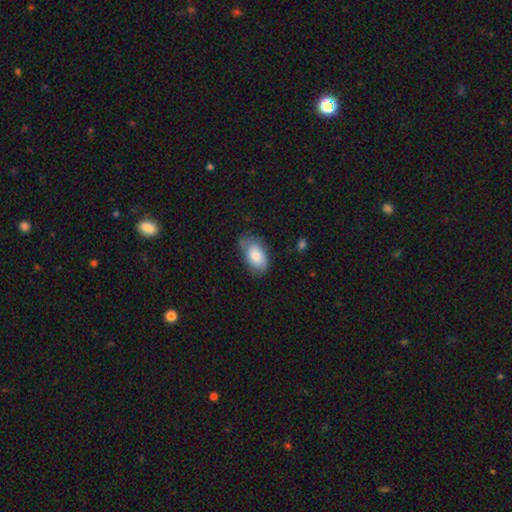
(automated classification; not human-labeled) Smooth or featured? Predicted: smooth (p=0.77). How rounded? Predicted: in between (p=0.93). Merging? Predicted: none (p=0.60).